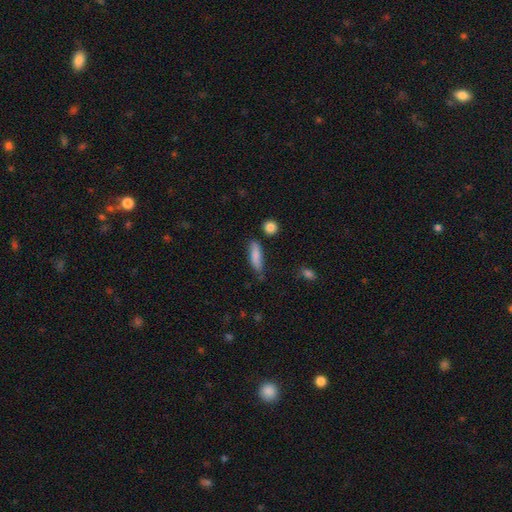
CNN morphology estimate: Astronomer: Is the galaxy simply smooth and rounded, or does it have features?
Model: smooth — 82%.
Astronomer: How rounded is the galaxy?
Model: cigar-shaped — 58% (runner-up: in between, 40%).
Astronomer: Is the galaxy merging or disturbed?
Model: none — 68%.